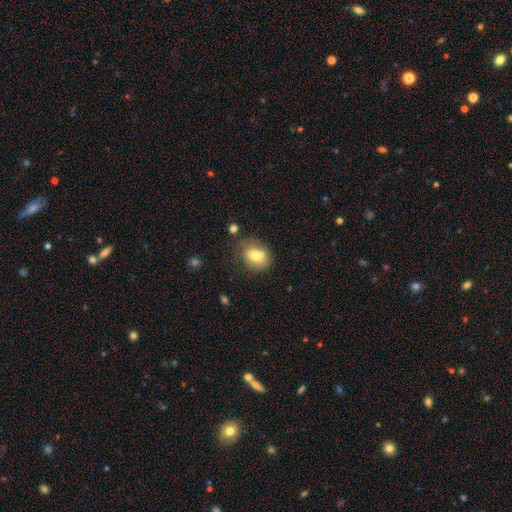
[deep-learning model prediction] The model was most divided on "how rounded": in between: 55%, round: 43%, cigar-shaped: 1%. Remaining: smooth or featured — smooth (70%); merging — none (47%).